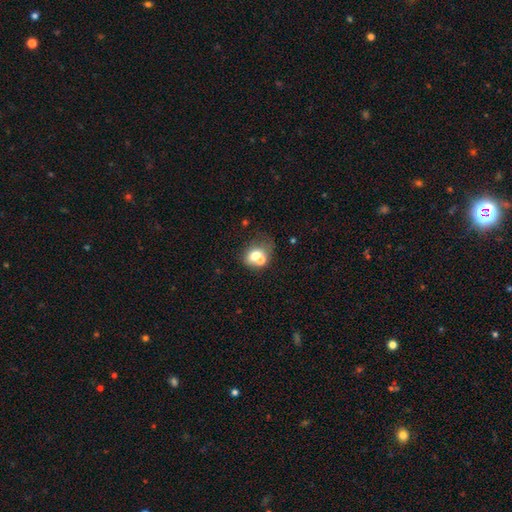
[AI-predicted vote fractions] Smooth or featured: smooth — 63% (featured or disk — 25%)
How rounded: round — 53% (in between — 46%)
Merging: merger — 53% (none — 30%)